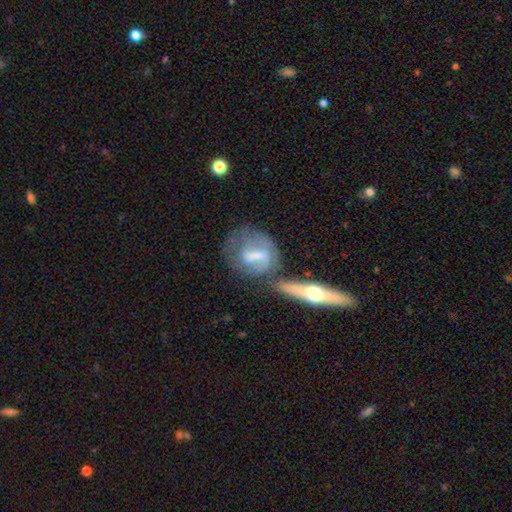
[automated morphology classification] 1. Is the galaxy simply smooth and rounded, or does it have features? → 67% featured or disk, 27% smooth, 7% star or artifact.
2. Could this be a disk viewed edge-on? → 81% no, 19% yes.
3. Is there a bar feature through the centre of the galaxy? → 43% weak, 33% strong, 24% no.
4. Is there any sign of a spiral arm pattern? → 65% yes, 35% no.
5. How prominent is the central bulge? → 40% moderate, 34% small, 18% none, 7% large, 2% dominant.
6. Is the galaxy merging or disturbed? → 48% none, 20% minor disturbance, 19% merger, 13% major disturbance.